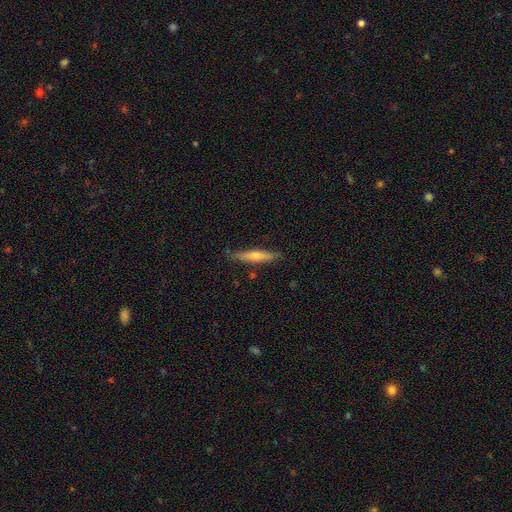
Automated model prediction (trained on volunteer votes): A featured or disk galaxy (55%) viewed edge-on (94%) with a rounded central bulge (82%). Merging: none (87%).